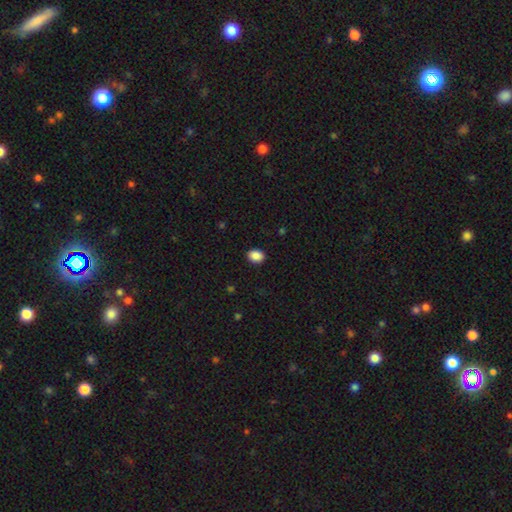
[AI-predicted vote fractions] Overall: smooth (89%). How rounded: in between (58%; round 41%). Merging: none (90%).